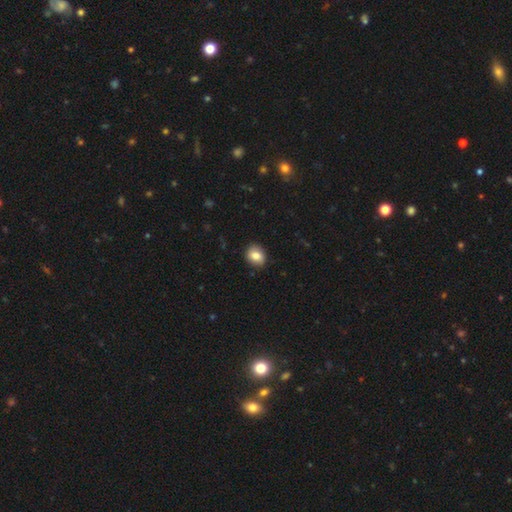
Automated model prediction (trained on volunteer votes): Morphology: type=smooth (83%); roundness=round (50%); merging=none (85%).